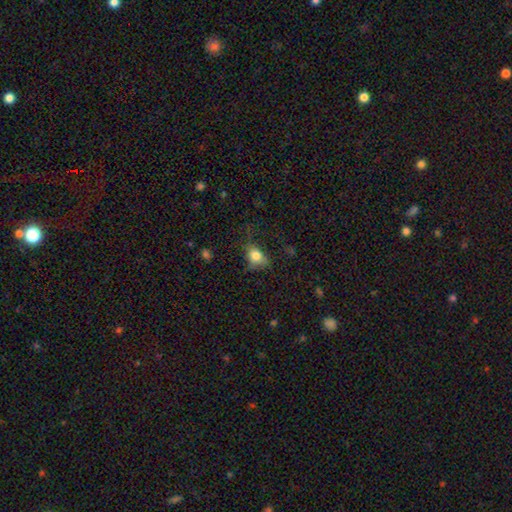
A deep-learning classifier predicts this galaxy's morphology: smooth 78%, star or artifact 11%, featured or disk 11%. Down the decision tree: how rounded — in between (62%); merging — none (54%).